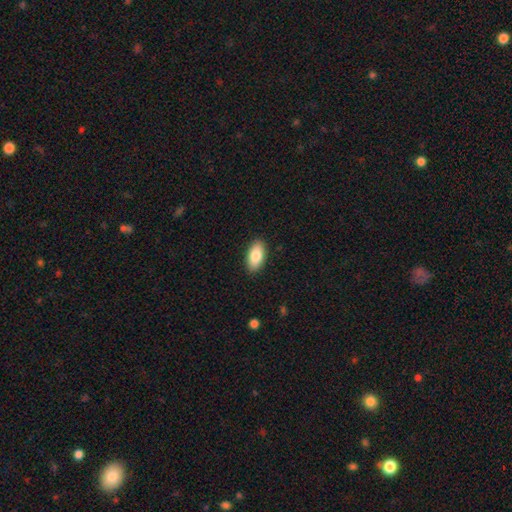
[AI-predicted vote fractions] Q: Smooth or featured?
A: smooth (85%); runner-up: featured or disk (9%)
Q: How rounded?
A: in between (93%); runner-up: cigar-shaped (4%)
Q: Merging?
A: none (89%); runner-up: minor disturbance (8%)